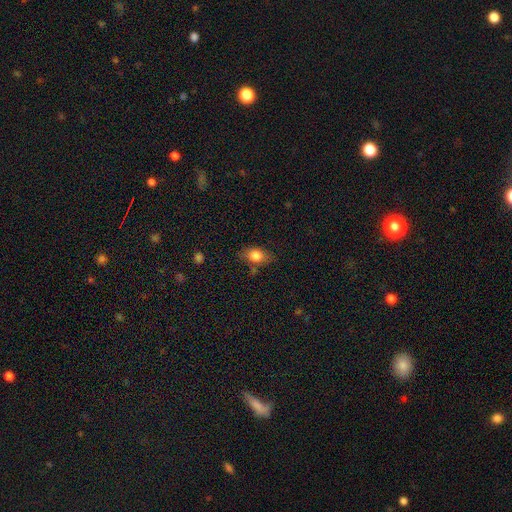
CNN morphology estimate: type=smooth (81%); roundness=in between (77%); merging=none (68%).